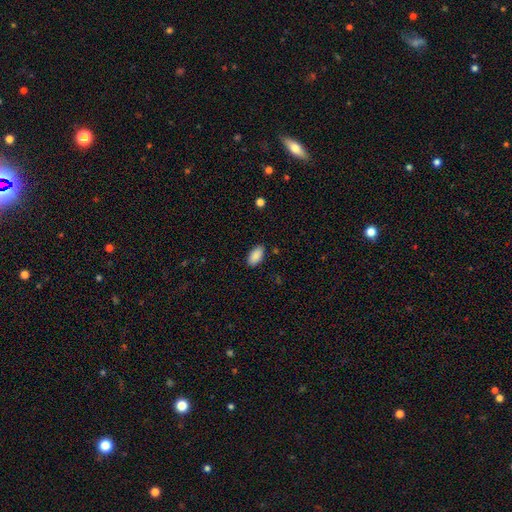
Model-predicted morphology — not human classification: Overall: smooth (89%). How rounded: in between (94%). Merging: none (86%).